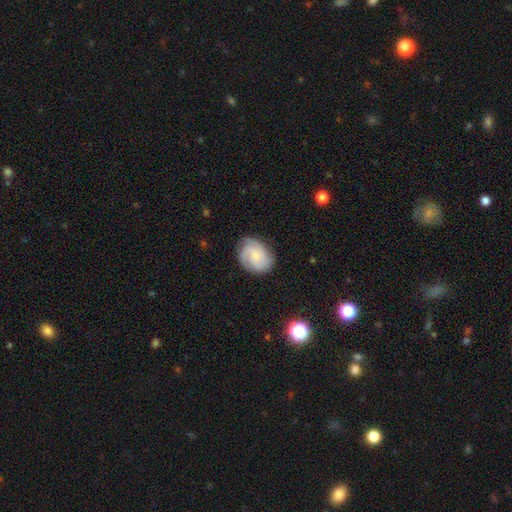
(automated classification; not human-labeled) Morphology: type=featured or disk (66%); edge-on=no (98%); bar=no (75%); spiral arms=yes (95%); winding=tight (53%); arm count=3 (47%); bulge=small (65%); merging=none (74%).